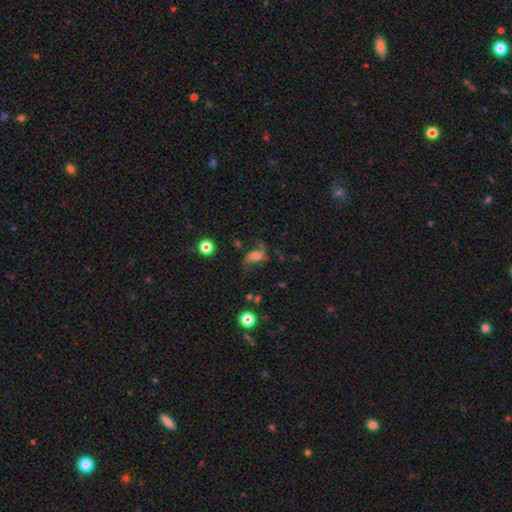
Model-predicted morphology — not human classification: Overall: featured or disk (56%; smooth 31%). Edge-on disk: no (95%). Bar: no (56%; weak 34%). Spiral arms: yes (88%). Bulge size: moderate (27%; small 23%). Merging: none (52%; major disturbance 23%).